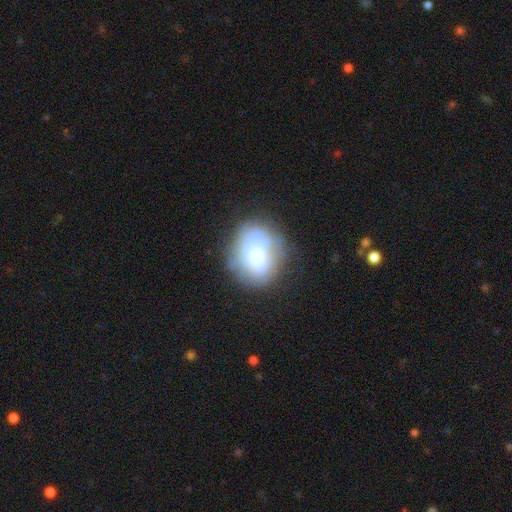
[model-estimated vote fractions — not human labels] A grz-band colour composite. It shows a smooth galaxy with no disk features (55%) that is round (61%). Merging: none (56%).